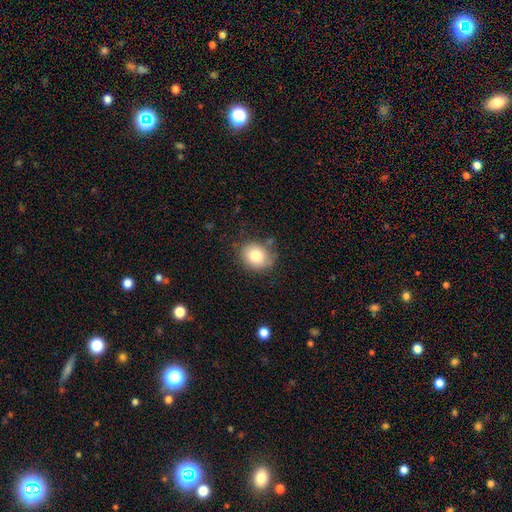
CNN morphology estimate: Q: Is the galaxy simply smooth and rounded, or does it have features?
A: smooth — 82%.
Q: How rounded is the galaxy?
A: round — 57%.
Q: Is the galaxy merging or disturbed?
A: none — 77%.